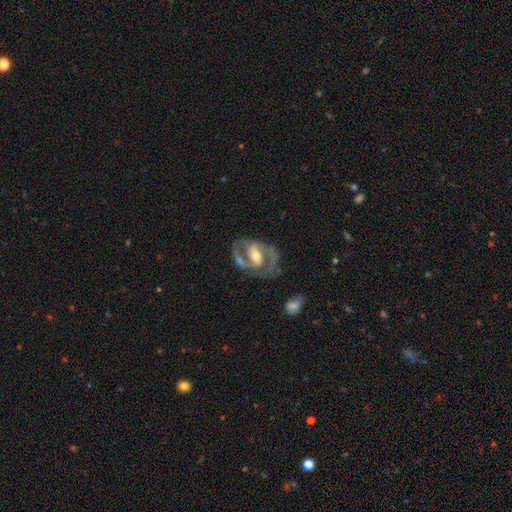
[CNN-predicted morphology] Smooth or featured?
  - featured or disk: 88% *
  - smooth: 8%
  - star or artifact: 5%
Edge-on disk?
  - no: 97% *
  - yes: 3%
Bar?
  - strong: 39% *
  - weak: 38%
  - no: 23%
Spiral arms?
  - yes: 93% *
  - no: 7%
Spiral winding?
  - medium: 59% *
  - tight: 26%
  - loose: 15%
Spiral arm count?
  - 2: 89% *
  - can't tell: 4%
  - 1: 3%
  - 3: 2%
  - 4: 1%
  - more than 4: 1%
Bulge size?
  - moderate: 64% *
  - small: 26%
  - large: 8%
  - none: 1%
  - dominant: 1%
Merging?
  - none: 68% *
  - minor disturbance: 17%
  - major disturbance: 10%
  - merger: 5%